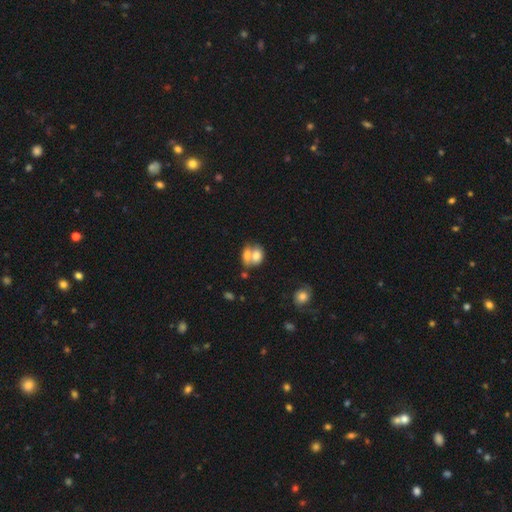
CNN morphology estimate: Smooth or featured? Predicted: smooth (p=0.71). How rounded? Predicted: in between (p=0.66). Merging? Predicted: merger (p=0.69).